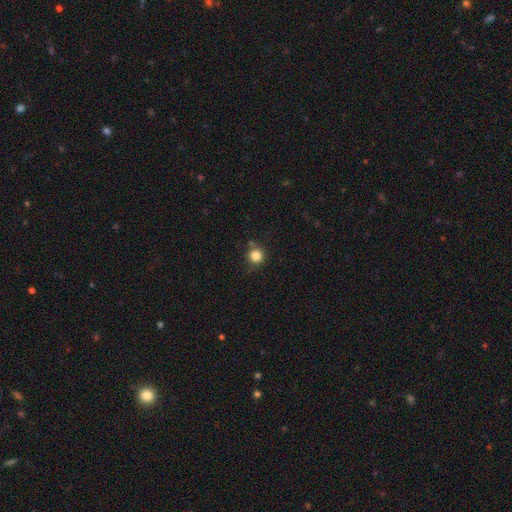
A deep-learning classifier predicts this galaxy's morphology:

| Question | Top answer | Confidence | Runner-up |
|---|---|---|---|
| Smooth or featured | smooth | 83% | star or artifact (12%) |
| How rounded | round | 94% | in between (5%) |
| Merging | none | 83% | minor disturbance (9%) |